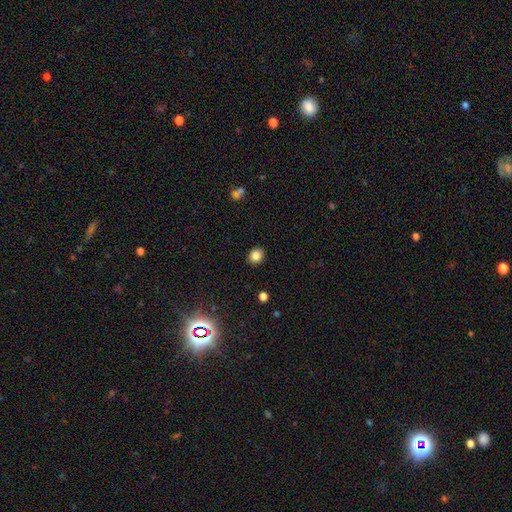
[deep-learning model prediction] Overall: smooth (83%). How rounded: round (71%). Merging: none (91%).